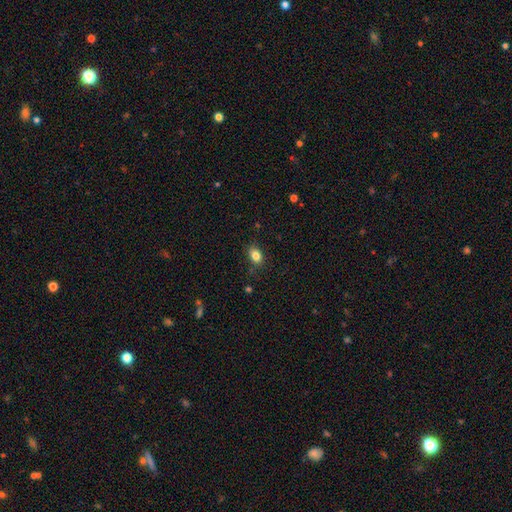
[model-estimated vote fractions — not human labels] A smooth galaxy with no disk features (83%) that is in between round and cigar-shaped (76%).

Vote fractions:
- Smooth or featured? smooth: 83% / star or artifact: 10% / featured or disk: 7%
- How rounded? in between: 76% / round: 23% / cigar-shaped: 1%
- Merging? none: 82% / minor disturbance: 13% / major disturbance: 3% / merger: 1%